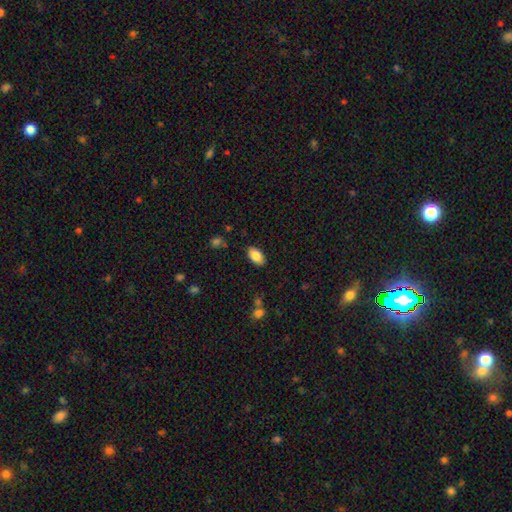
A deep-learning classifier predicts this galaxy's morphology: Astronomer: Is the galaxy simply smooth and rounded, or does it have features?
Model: smooth — 85%.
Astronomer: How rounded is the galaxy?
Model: in between — 94%.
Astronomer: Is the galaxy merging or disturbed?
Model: none — 86%.